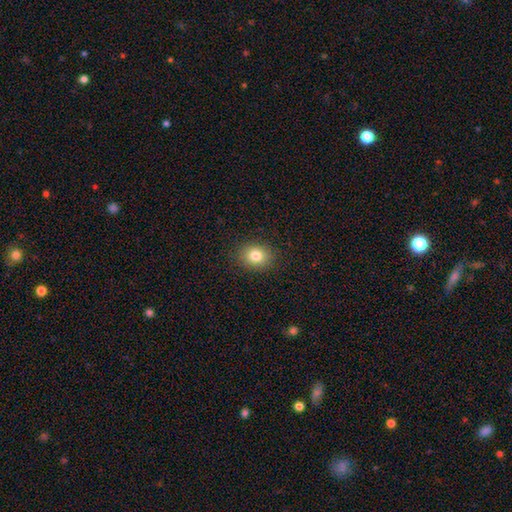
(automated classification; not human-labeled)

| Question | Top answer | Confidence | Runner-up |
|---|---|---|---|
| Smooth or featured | smooth | 82% | star or artifact (11%) |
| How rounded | round | 54% | in between (45%) |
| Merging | none | 89% | minor disturbance (8%) |